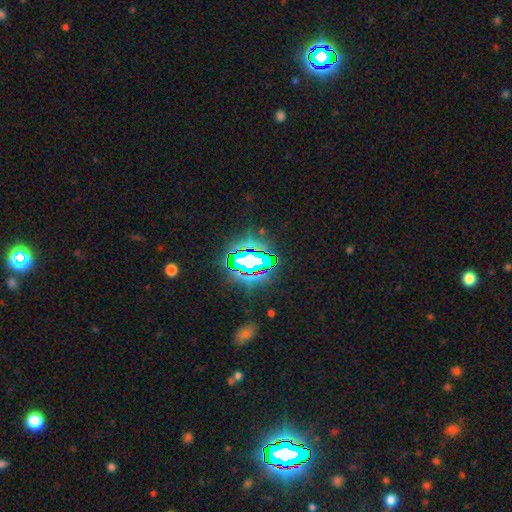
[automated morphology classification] The model was most divided on "smooth or featured": star or artifact: 77%, smooth: 12%, featured or disk: 11%.